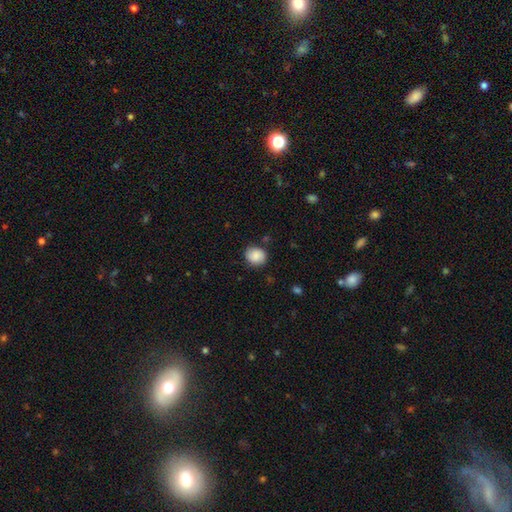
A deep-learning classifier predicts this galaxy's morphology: A smooth galaxy with no disk features (86%) that is round (74%).

Vote fractions:
- Smooth or featured? smooth: 86% / star or artifact: 8% / featured or disk: 6%
- How rounded? round: 74% / in between: 26% / cigar-shaped: 1%
- Merging? none: 82% / minor disturbance: 13% / major disturbance: 3% / merger: 2%